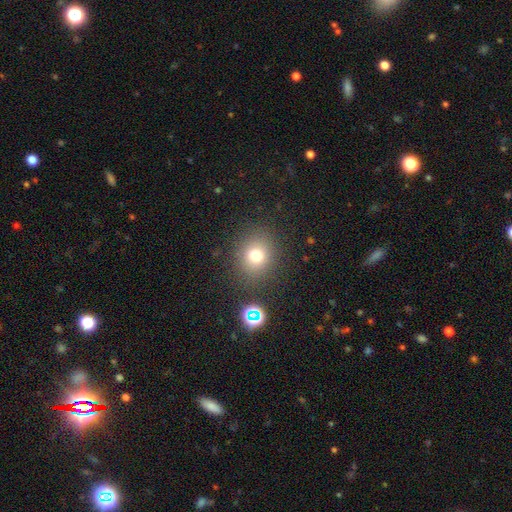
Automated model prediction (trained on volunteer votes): smooth_or_featured: smooth (p=0.74) [alt: star or artifact p=0.17]
how_rounded: round (p=0.72) [alt: in between p=0.27]
merging: none (p=0.83) [alt: minor disturbance p=0.09]